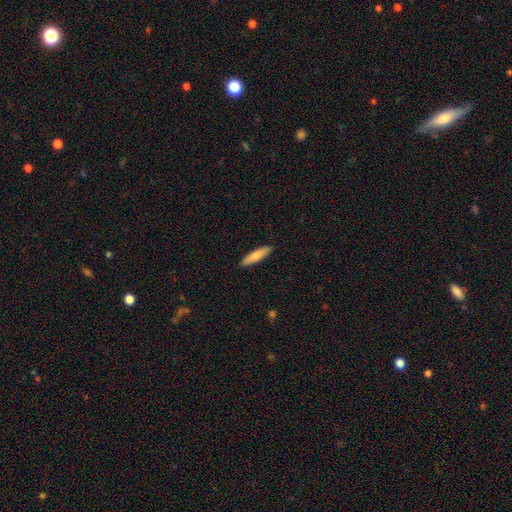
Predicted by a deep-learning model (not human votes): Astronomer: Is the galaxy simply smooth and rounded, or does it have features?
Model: smooth — 75%.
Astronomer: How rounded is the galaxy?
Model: cigar-shaped — 78%.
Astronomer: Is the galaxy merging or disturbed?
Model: none — 90%.